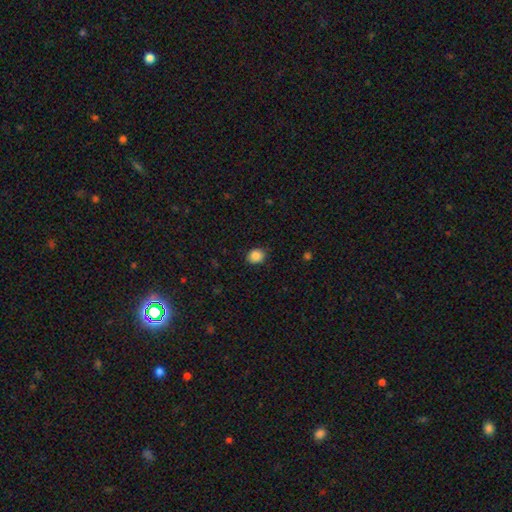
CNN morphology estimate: A smooth galaxy with no disk features (87%) that is round (62%).

Vote fractions:
- Smooth or featured? smooth: 87% / star or artifact: 9% / featured or disk: 4%
- How rounded? round: 62% / in between: 37% / cigar-shaped: 1%
- Merging? none: 87% / minor disturbance: 10% / major disturbance: 2% / merger: 1%